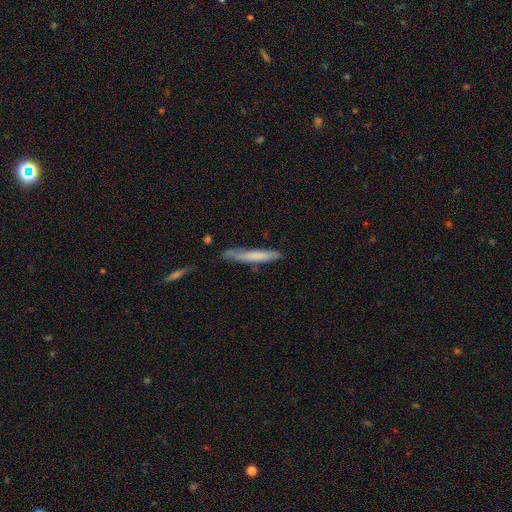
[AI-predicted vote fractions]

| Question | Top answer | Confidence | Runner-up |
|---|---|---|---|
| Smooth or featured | smooth | 66% | featured or disk (28%) |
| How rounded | cigar-shaped | 94% | in between (5%) |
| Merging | none | 69% | minor disturbance (23%) |